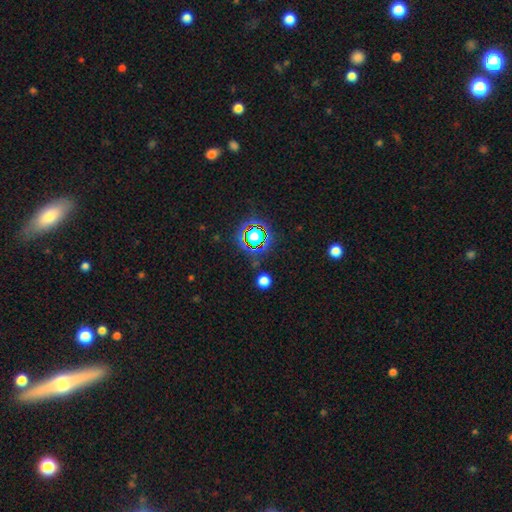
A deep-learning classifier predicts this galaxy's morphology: Q: Smooth or featured?
A: star or artifact (78%); runner-up: smooth (13%)